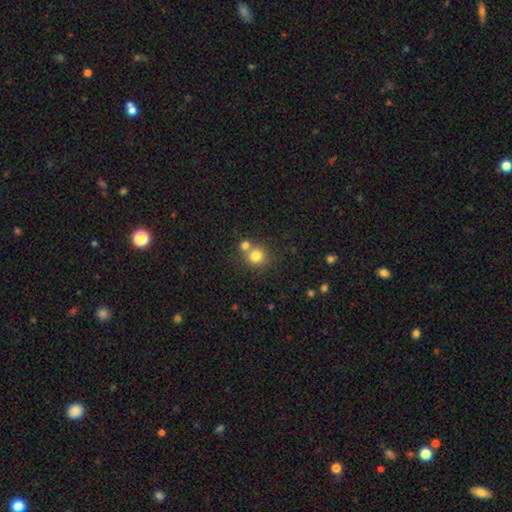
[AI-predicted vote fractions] This is likely a smooth galaxy (79%). How rounded: clearly round (90%). Merging: possibly none (58%).